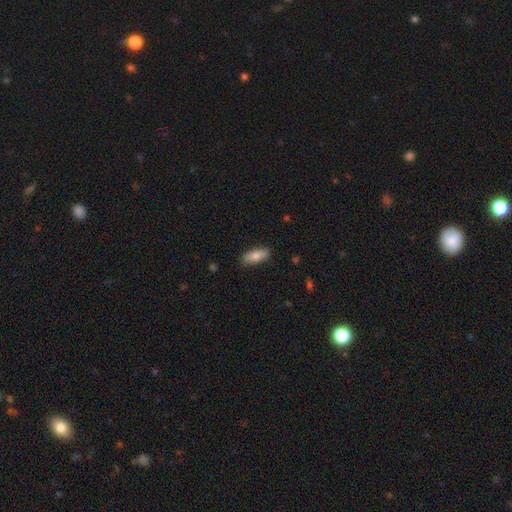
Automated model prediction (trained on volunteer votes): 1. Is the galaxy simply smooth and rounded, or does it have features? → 74% smooth, 19% featured or disk, 6% star or artifact.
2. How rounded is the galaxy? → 71% in between, 26% cigar-shaped, 3% round.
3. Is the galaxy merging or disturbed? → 84% none, 13% minor disturbance, 2% major disturbance, 1% merger.